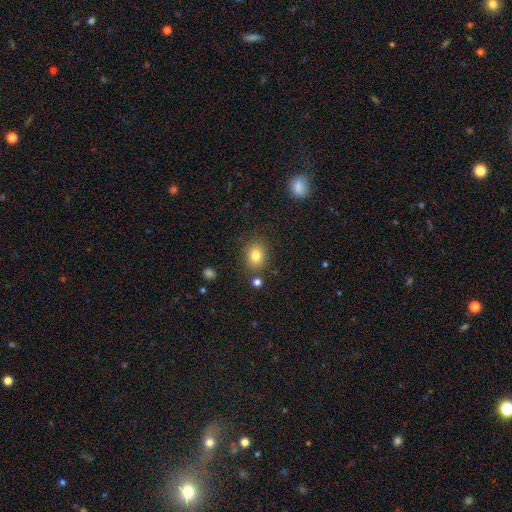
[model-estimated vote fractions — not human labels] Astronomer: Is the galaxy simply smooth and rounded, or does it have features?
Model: smooth — 80%.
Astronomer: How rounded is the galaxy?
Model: round — 50% (runner-up: in between, 49%).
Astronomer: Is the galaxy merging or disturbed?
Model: none — 80%.